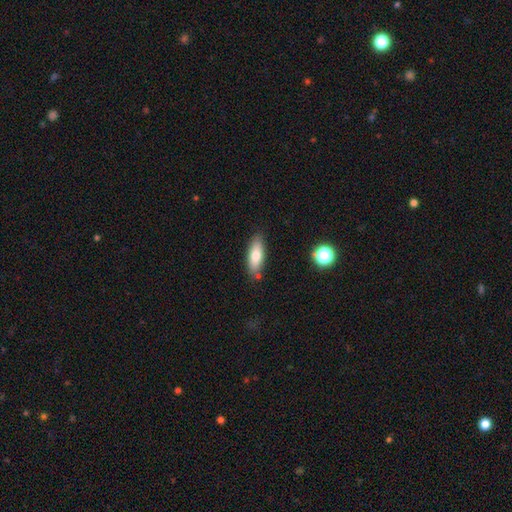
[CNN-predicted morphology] Overall: smooth (74%). How rounded: in between (67%; cigar-shaped 31%). Merging: none (82%).